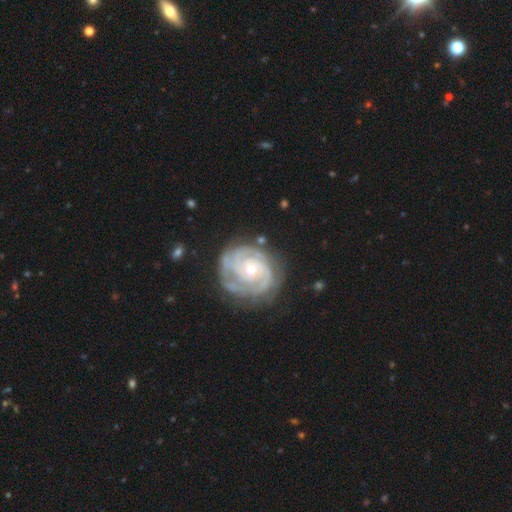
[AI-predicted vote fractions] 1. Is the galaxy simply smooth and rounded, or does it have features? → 61% featured or disk, 23% smooth, 16% star or artifact.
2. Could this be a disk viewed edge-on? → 95% no, 5% yes.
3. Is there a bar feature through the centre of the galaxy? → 57% no, 30% weak, 13% strong.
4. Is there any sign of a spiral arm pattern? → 63% yes, 37% no.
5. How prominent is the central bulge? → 59% moderate, 33% small, 5% large, 2% dominant, 1% none.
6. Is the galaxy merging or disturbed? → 77% none, 14% minor disturbance, 7% major disturbance, 2% merger.